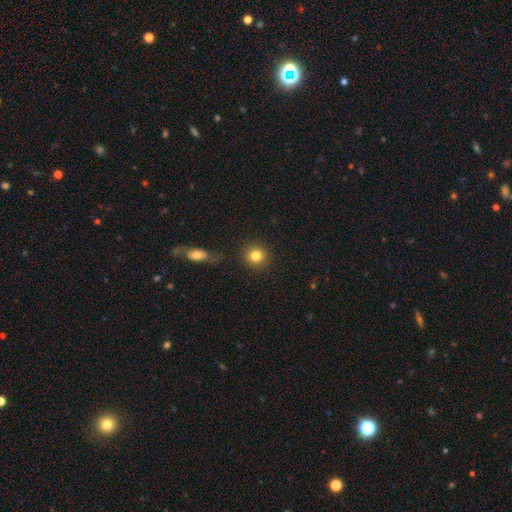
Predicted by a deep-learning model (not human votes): Q: Smooth or featured?
A: smooth (82%); runner-up: star or artifact (11%)
Q: How rounded?
A: round (91%); runner-up: in between (8%)
Q: Merging?
A: none (87%); runner-up: minor disturbance (7%)